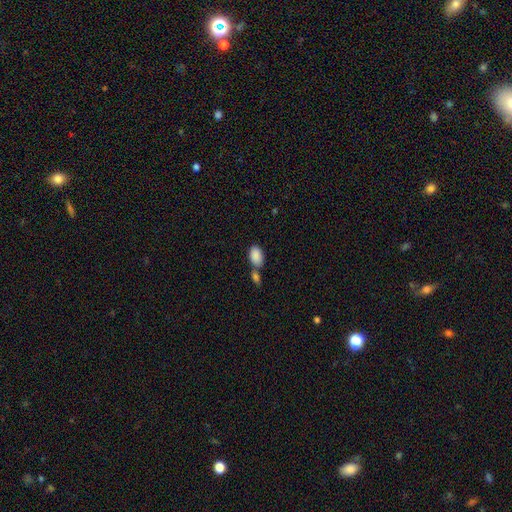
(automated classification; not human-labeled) Overall: smooth (88%). How rounded: in between (92%). Merging: none (47%; merger 38%).